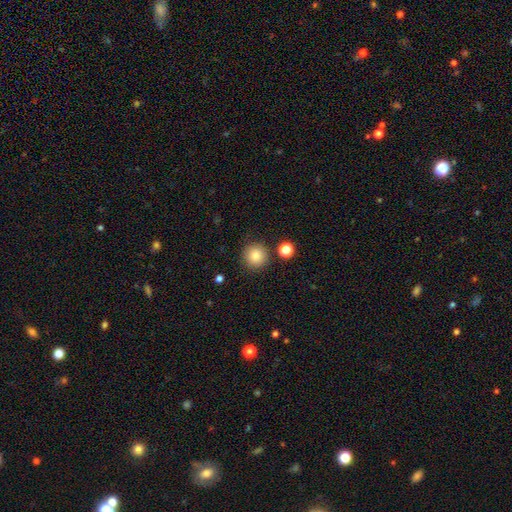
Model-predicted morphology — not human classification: This appears to be a smooth galaxy with no disk features (84%) that is round (95%). Merging: none (87%).